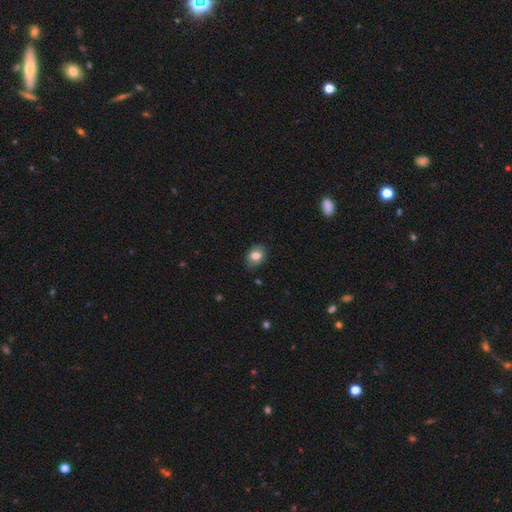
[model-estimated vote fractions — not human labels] smooth_or_featured: smooth (p=0.82) [alt: featured or disk p=0.10]
how_rounded: in between (p=0.71) [alt: round p=0.28]
merging: none (p=0.83) [alt: minor disturbance p=0.13]